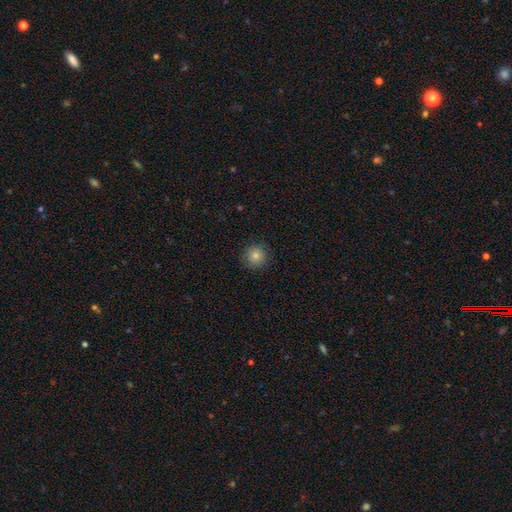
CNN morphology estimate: A smooth galaxy with no disk features (81%) that is round (94%).

Vote fractions:
- Smooth or featured? smooth: 81% / star or artifact: 12% / featured or disk: 7%
- How rounded? round: 94% / in between: 5% / cigar-shaped: 1%
- Merging? none: 89% / minor disturbance: 8% / major disturbance: 2% / merger: 1%